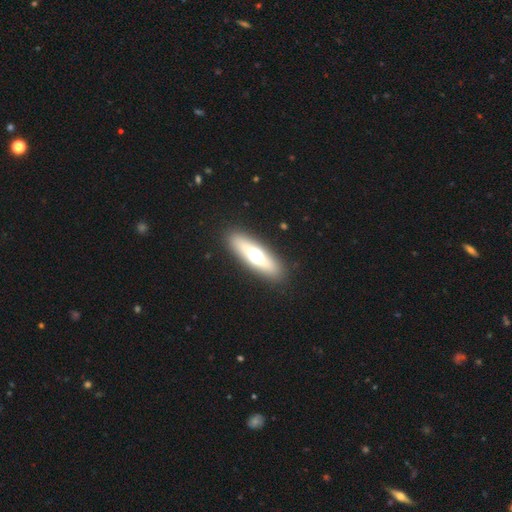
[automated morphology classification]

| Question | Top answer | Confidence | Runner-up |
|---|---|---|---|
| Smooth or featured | smooth | 54% | featured or disk (39%) |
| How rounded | cigar-shaped | 53% | in between (44%) |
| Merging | none | 88% | minor disturbance (8%) |